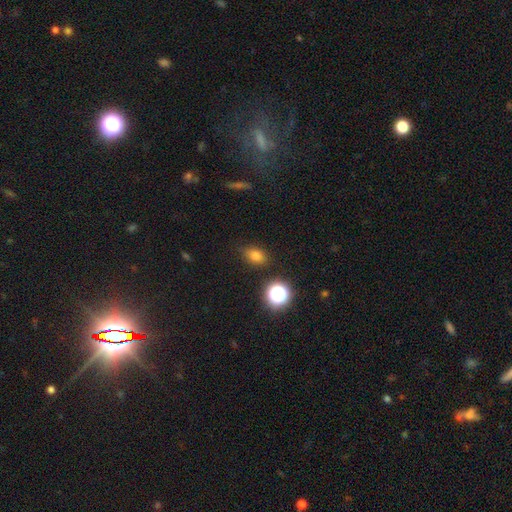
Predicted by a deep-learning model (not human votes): The model was most divided on "how rounded": in between: 68%, round: 30%, cigar-shaped: 2%. More confident: merging — none (82%); smooth or featured — smooth (77%).